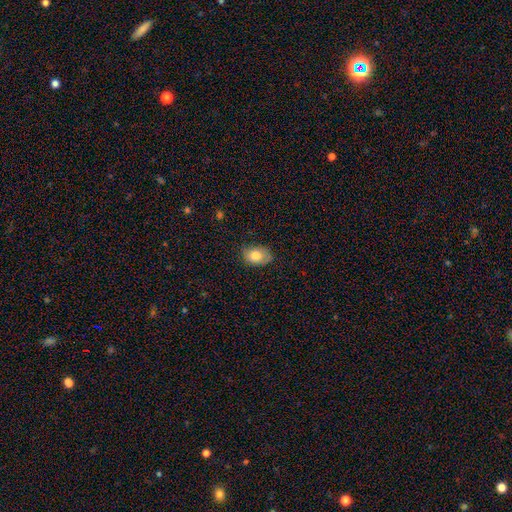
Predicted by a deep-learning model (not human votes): smooth-or-featured: smooth: 80% | featured or disk: 12% | star or artifact: 8%
  how-rounded: in between: 79% | round: 20% | cigar-shaped: 1%
  merging: none: 74% | minor disturbance: 22% | major disturbance: 4% | merger: 1%